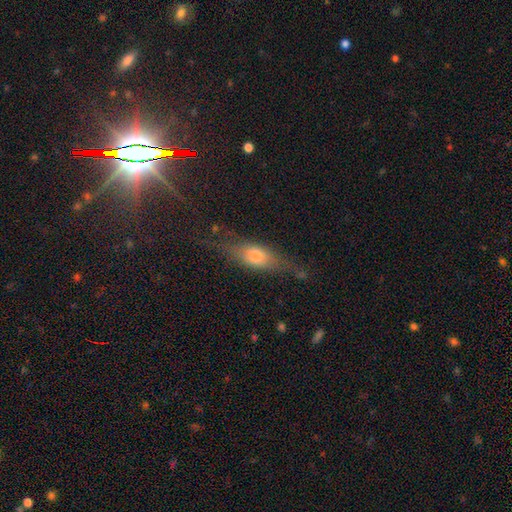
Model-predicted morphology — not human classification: smooth-or-featured: smooth: 53% | featured or disk: 37% | star or artifact: 10%
  how-rounded: in between: 54% | cigar-shaped: 39% | round: 6%
  merging: none: 64% | minor disturbance: 21% | major disturbance: 12% | merger: 3%